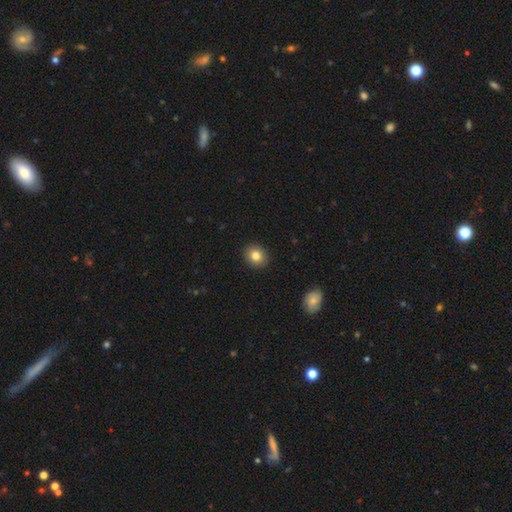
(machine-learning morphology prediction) A smooth galaxy with no disk features (82%) that is round (70%). Merging: none (90%).